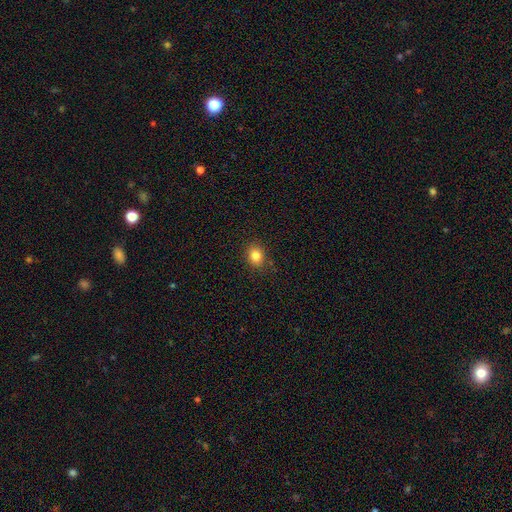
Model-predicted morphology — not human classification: Smooth or featured? smooth (82%)
How rounded? round (58%)
Merging? none (86%)